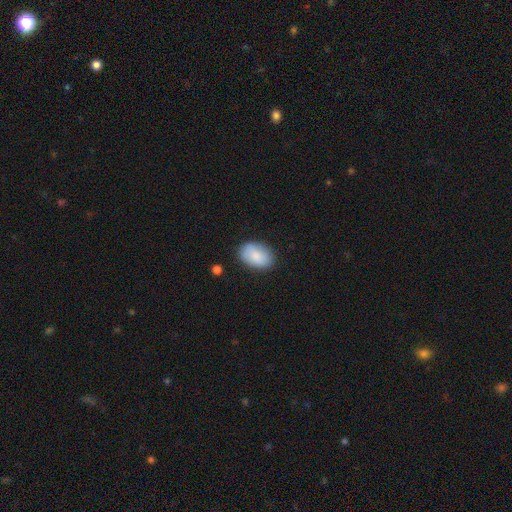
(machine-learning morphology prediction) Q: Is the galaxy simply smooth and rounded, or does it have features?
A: smooth — 85%.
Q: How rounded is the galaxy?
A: in between — 89%.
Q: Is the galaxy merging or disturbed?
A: none — 82%.